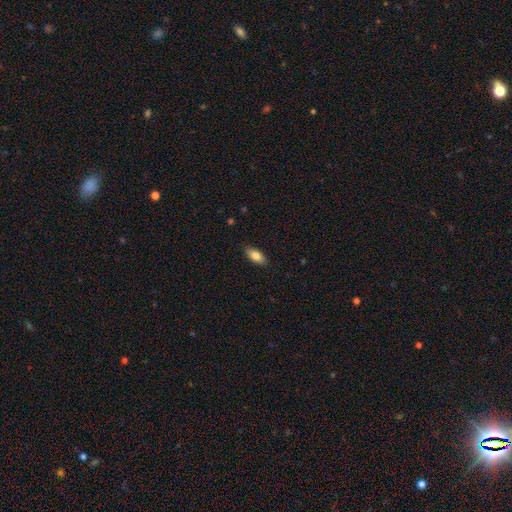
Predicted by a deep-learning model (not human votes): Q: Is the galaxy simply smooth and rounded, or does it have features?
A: smooth — 83%.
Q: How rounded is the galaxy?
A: in between — 88%.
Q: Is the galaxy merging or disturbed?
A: none — 87%.